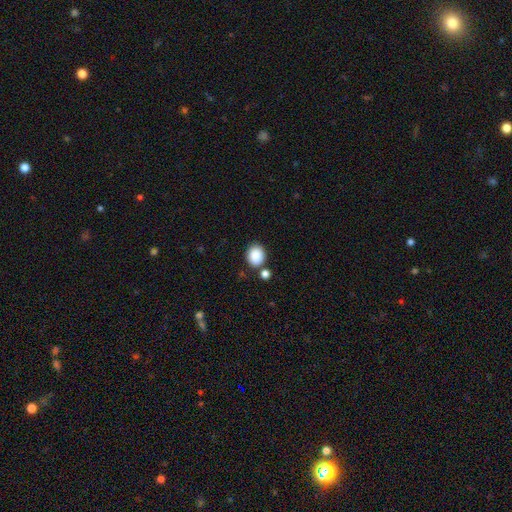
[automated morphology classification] Smooth or featured?
  - smooth: 88% *
  - star or artifact: 8%
  - featured or disk: 3%
How rounded?
  - round: 55% *
  - in between: 44%
  - cigar-shaped: 1%
Merging?
  - none: 75% *
  - minor disturbance: 11%
  - merger: 10%
  - major disturbance: 3%